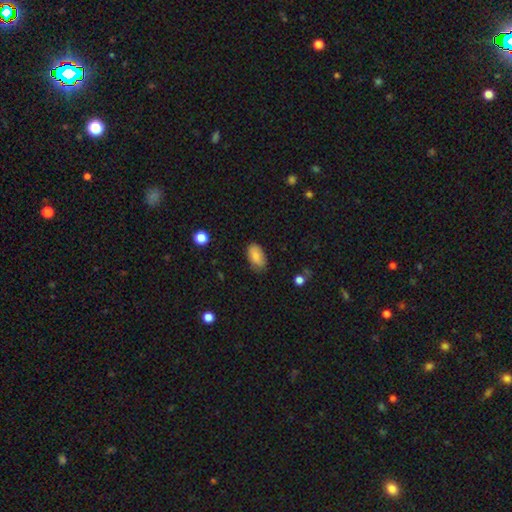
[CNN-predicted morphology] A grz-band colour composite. It shows a smooth galaxy with no disk features (83%) that is in between round and cigar-shaped (94%). Merging: none (74%).